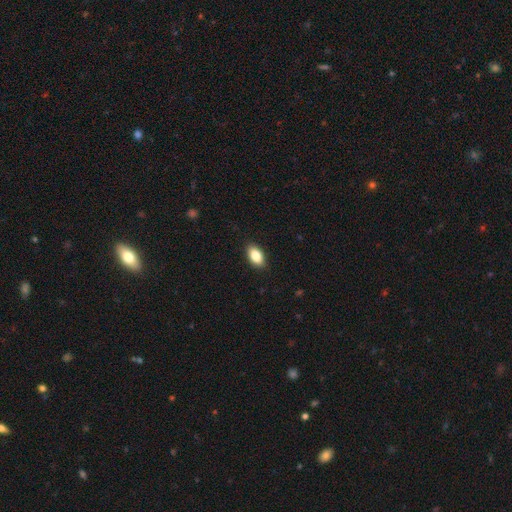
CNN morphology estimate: Smooth or featured: smooth — 85% (featured or disk — 8%)
How rounded: in between — 92% (round — 5%)
Merging: none — 89% (minor disturbance — 8%)